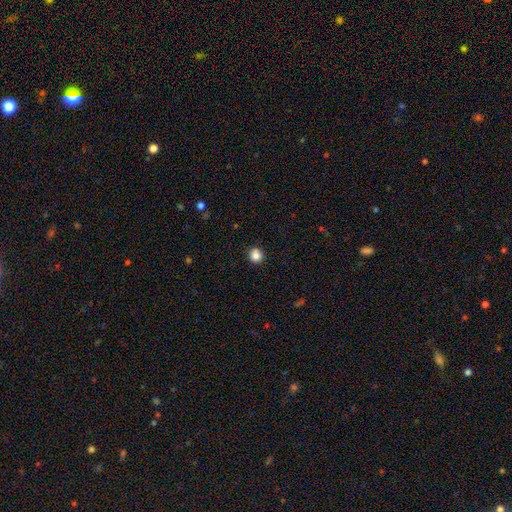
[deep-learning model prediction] Q: Smooth or featured?
A: smooth (85%); runner-up: star or artifact (11%)
Q: How rounded?
A: round (90%); runner-up: in between (9%)
Q: Merging?
A: none (90%); runner-up: minor disturbance (7%)